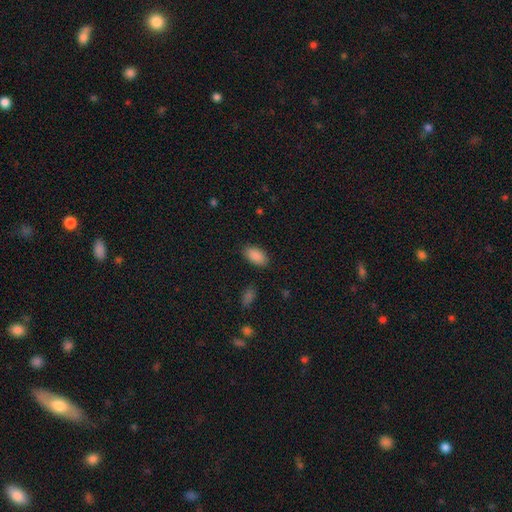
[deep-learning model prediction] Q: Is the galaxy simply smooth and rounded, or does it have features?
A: smooth — 89%.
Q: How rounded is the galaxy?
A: in between — 94%.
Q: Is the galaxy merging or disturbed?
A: none — 86%.